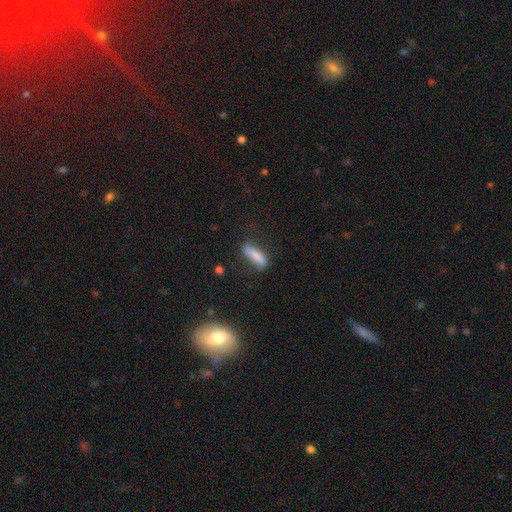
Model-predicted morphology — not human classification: This appears to be a smooth galaxy with no disk features (79%) that is cigar-shaped (67%). Merging: none (70%).